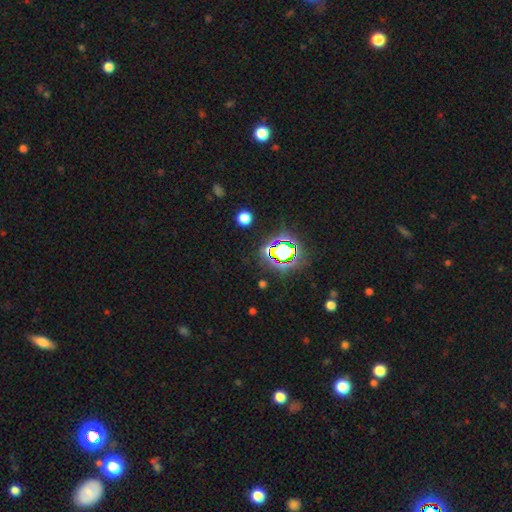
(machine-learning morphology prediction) smooth_or_featured: star or artifact (p=0.79) [alt: smooth p=0.13]